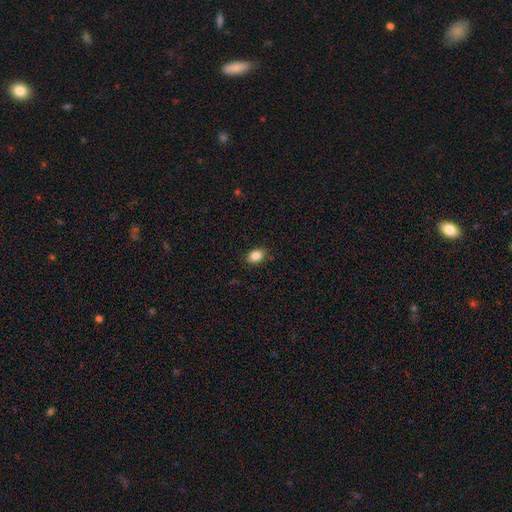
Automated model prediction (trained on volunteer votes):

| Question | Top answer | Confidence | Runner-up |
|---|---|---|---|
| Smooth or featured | smooth | 85% | star or artifact (9%) |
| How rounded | in between | 76% | round (22%) |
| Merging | none | 86% | minor disturbance (11%) |